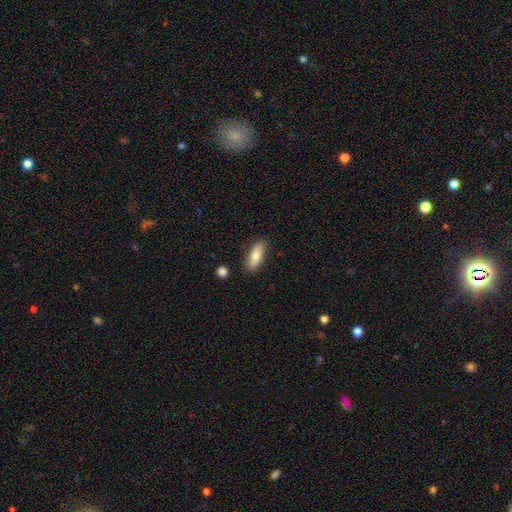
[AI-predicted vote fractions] Q: Smooth or featured?
A: smooth (76%); runner-up: featured or disk (18%)
Q: How rounded?
A: in between (63%); runner-up: cigar-shaped (34%)
Q: Merging?
A: none (85%); runner-up: minor disturbance (10%)